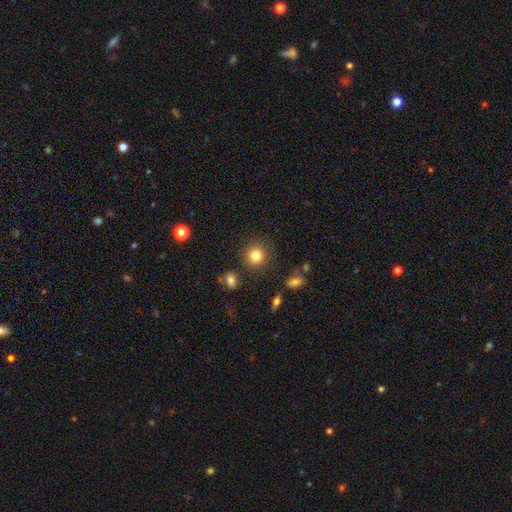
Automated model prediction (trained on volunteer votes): A smooth galaxy with no disk features (83%) that is round (91%).

Vote fractions:
- Smooth or featured? smooth: 83% / star or artifact: 11% / featured or disk: 6%
- How rounded? round: 91% / in between: 8% / cigar-shaped: 1%
- Merging? none: 87% / minor disturbance: 8% / major disturbance: 3% / merger: 3%